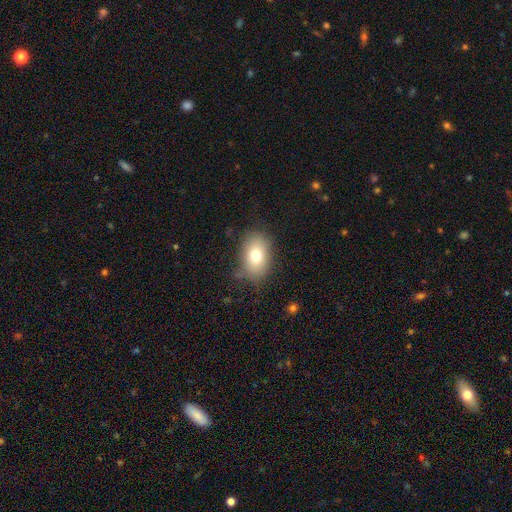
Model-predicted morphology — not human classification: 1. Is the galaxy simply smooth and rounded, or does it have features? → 74% smooth, 15% featured or disk, 10% star or artifact.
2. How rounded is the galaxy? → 83% in between, 16% round, 1% cigar-shaped.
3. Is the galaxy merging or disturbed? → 76% none, 17% minor disturbance, 5% major disturbance, 2% merger.